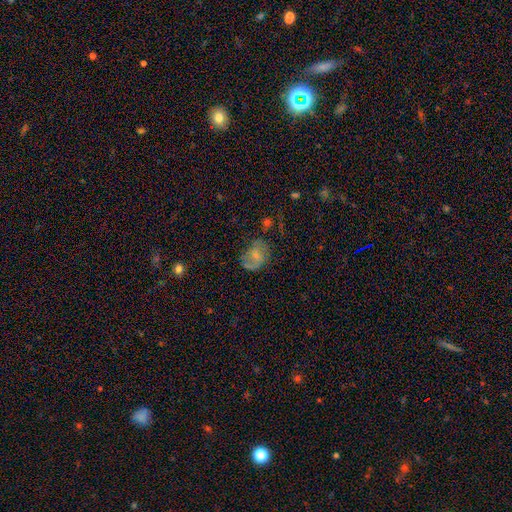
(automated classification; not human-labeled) Smooth or featured: smooth — 54% (featured or disk — 34%)
How rounded: in between — 62% (round — 37%)
Merging: none — 47% (minor disturbance — 28%)